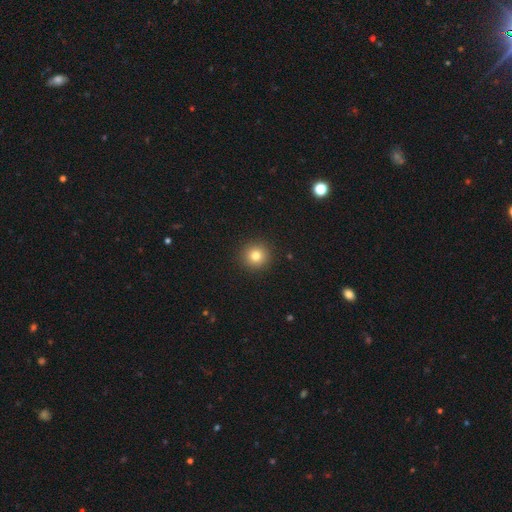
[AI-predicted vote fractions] The model was most divided on "smooth or featured": smooth: 80%, star or artifact: 12%, featured or disk: 7%. More confident: how rounded — round (95%); merging — none (93%).